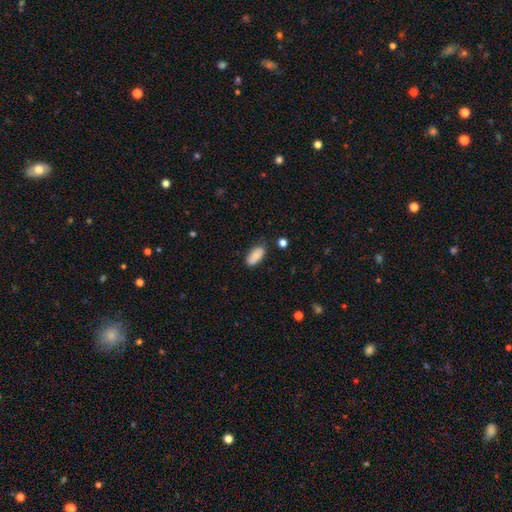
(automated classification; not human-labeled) Q: Smooth or featured?
A: smooth (81%); runner-up: featured or disk (12%)
Q: How rounded?
A: in between (91%); runner-up: cigar-shaped (6%)
Q: Merging?
A: none (74%); runner-up: minor disturbance (20%)